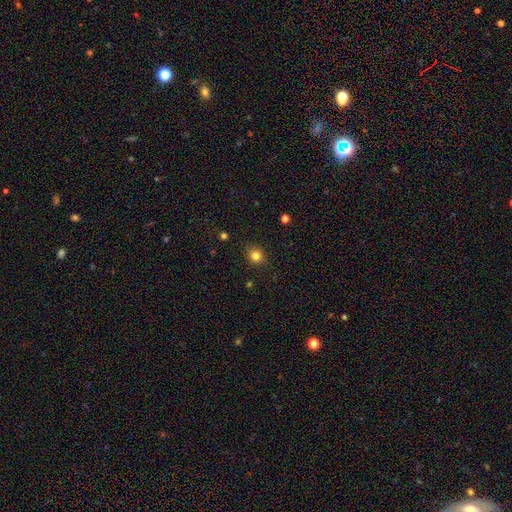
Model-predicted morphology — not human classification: The model was most divided on "how rounded": round: 84%, in between: 15%, cigar-shaped: 1%. More confident: merging — none (89%); smooth or featured — smooth (82%).